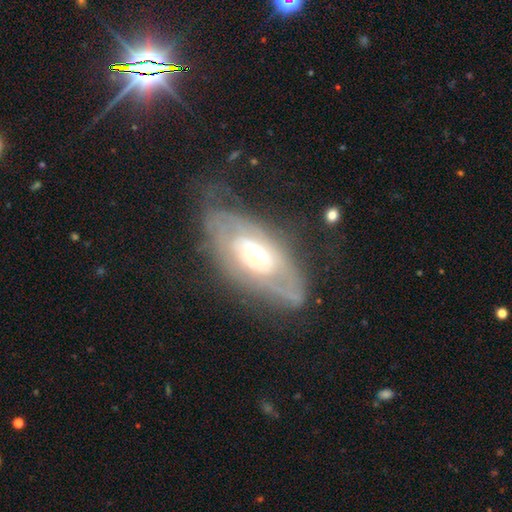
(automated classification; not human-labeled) This appears to be a featured or disk galaxy (77%) with no bar (74%), spiral arms (70%) and a moderate central bulge (58%). Merging: none (64%).